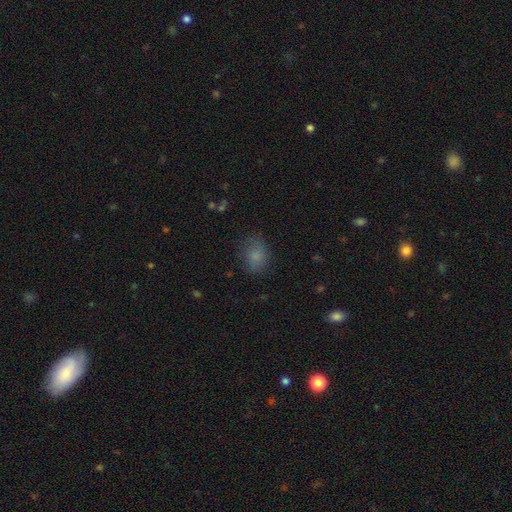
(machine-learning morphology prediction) A smooth galaxy with no disk features (81%) that is in between round and cigar-shaped (57%). Merging: none (75%).